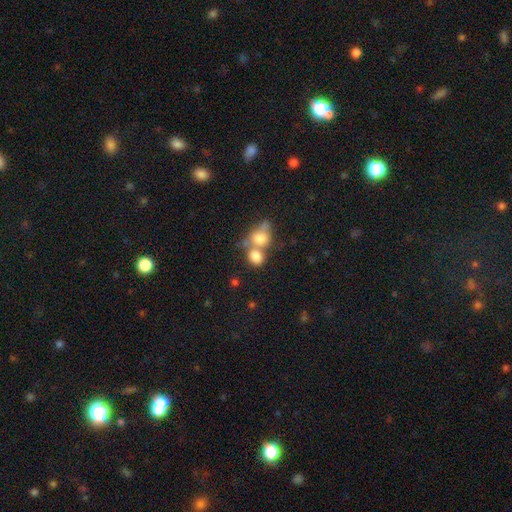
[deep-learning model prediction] Smooth or featured? Predicted: smooth (p=0.78). How rounded? Predicted: round (p=0.52). Merging? Predicted: merger (p=0.60).